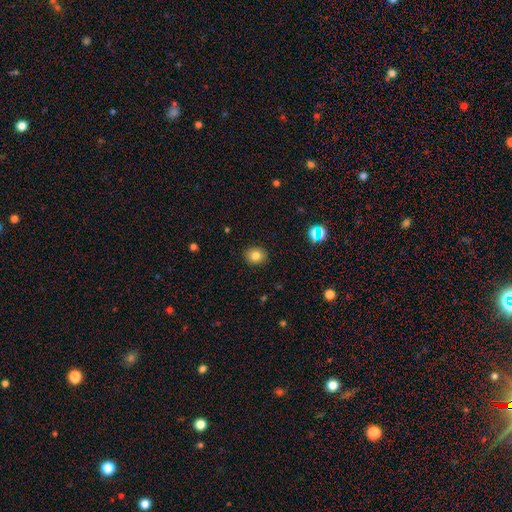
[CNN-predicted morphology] Smooth or featured?
  - smooth: 80% *
  - star or artifact: 12%
  - featured or disk: 8%
How rounded?
  - round: 68% *
  - in between: 31%
  - cigar-shaped: 1%
Merging?
  - none: 90% *
  - minor disturbance: 7%
  - major disturbance: 2%
  - merger: 1%